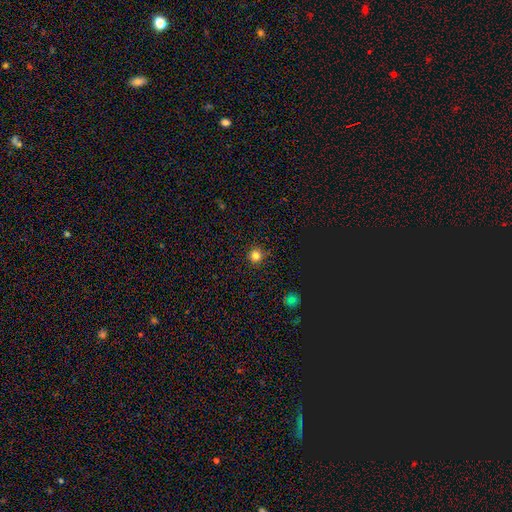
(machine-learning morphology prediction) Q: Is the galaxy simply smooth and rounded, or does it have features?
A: smooth — 81%.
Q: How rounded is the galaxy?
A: round — 94%.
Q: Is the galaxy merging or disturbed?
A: none — 90%.